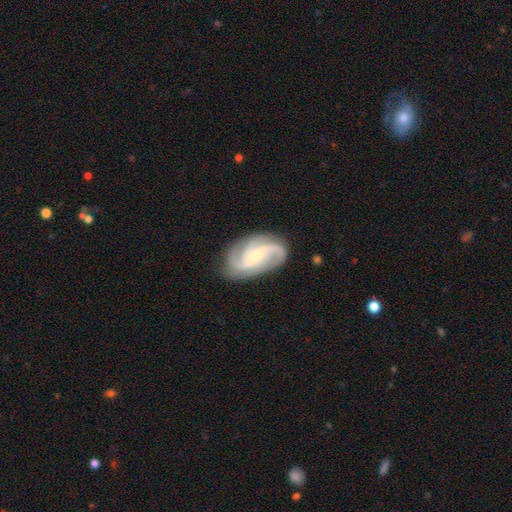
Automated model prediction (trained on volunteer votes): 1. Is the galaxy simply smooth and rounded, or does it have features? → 89% featured or disk, 6% smooth, 5% star or artifact.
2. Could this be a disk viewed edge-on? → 97% no, 3% yes.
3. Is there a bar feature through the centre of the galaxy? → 45% weak, 31% no, 24% strong.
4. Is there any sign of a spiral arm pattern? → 98% yes, 2% no.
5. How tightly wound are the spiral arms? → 47% medium, 30% loose, 23% tight.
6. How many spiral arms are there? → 38% 3, 34% 2, 10% can't tell, 9% 4, 5% 1, 5% more than 4.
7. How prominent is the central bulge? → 67% small, 29% moderate, 2% none, 1% large, 1% dominant.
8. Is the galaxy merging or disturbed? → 78% none, 15% minor disturbance, 5% major disturbance, 1% merger.